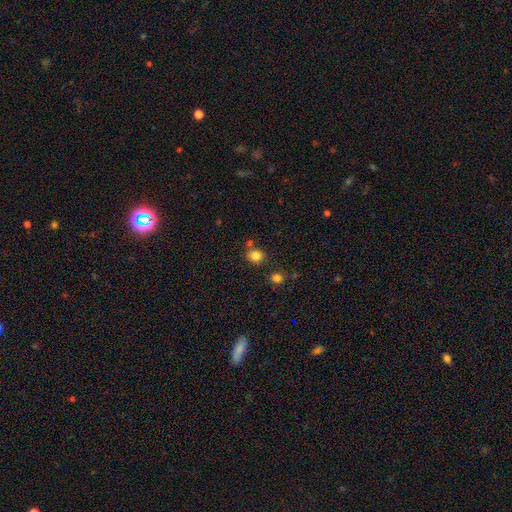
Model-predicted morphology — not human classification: This appears to be a smooth galaxy with no disk features (83%) that is round (84%). Merging: none (73%).